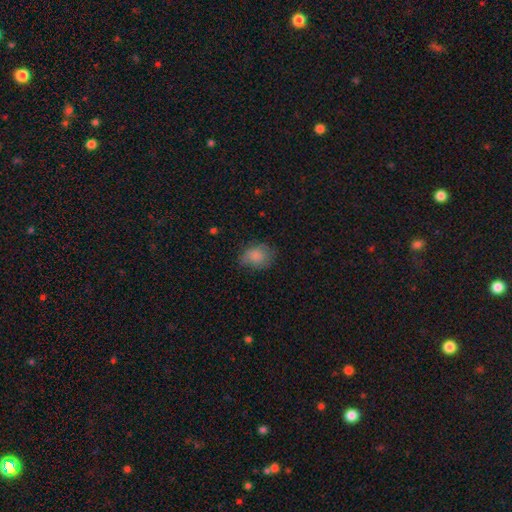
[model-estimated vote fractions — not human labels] A smooth galaxy with no disk features (81%) that is in between round and cigar-shaped (54%). Merging: none (63%).